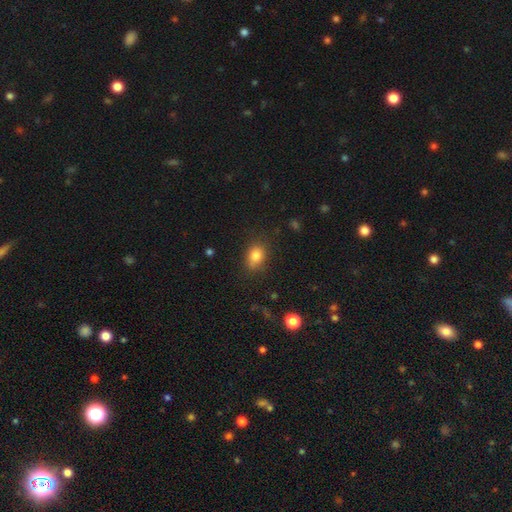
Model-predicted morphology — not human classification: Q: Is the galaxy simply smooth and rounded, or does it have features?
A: smooth — 83%.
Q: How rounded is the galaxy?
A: in between — 68%.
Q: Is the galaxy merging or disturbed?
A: none — 76%.